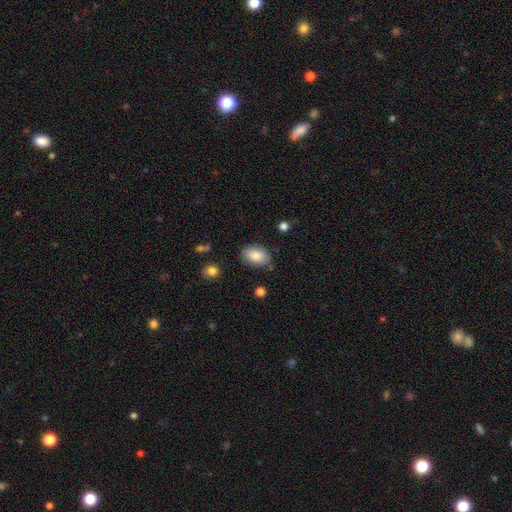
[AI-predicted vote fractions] Smooth or featured: smooth — 82% (featured or disk — 10%)
How rounded: in between — 85% (round — 13%)
Merging: none — 82% (minor disturbance — 13%)